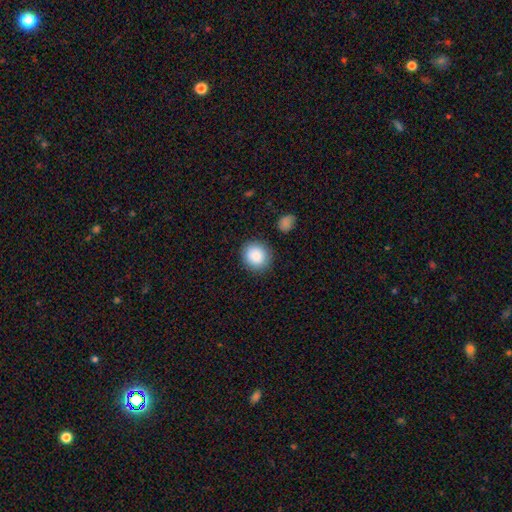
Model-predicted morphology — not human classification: Smooth or featured? smooth (88%)
How rounded? round (82%)
Merging? none (87%)